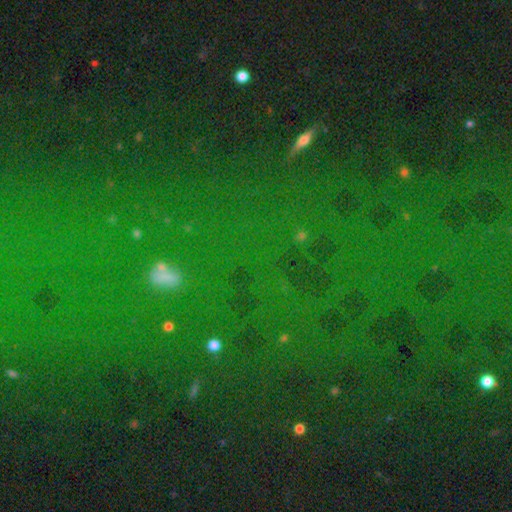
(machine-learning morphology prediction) A star or artifact, not a galaxy (75%).